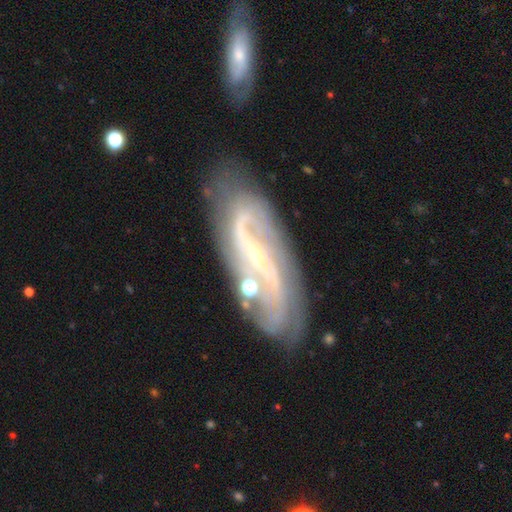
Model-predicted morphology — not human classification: This is clearly a featured or disk galaxy (87%). It is clearly not viewed edge-on (92%). Bar: marginally strong (36%). Spiral arm pattern: clearly yes (95%). Spiral arm count: likely 2 (78%). Spiral winding: marginally loose (41%). Central bulge: clearly small (81%). Merging: likely none (68%).